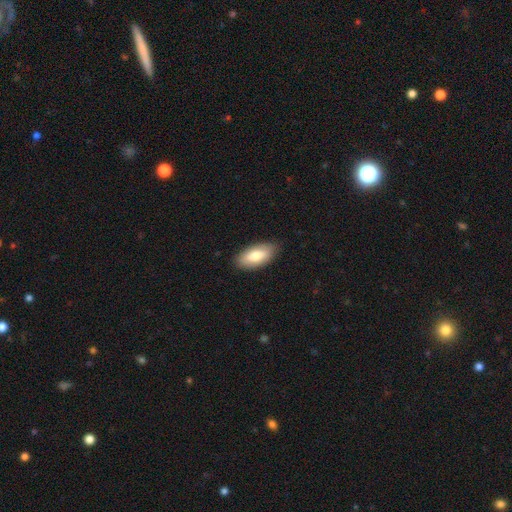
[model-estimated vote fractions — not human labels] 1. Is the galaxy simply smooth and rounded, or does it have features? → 78% smooth, 16% featured or disk, 6% star or artifact.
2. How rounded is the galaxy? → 90% in between, 8% cigar-shaped, 2% round.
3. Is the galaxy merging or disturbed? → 86% none, 11% minor disturbance, 2% major disturbance, 1% merger.